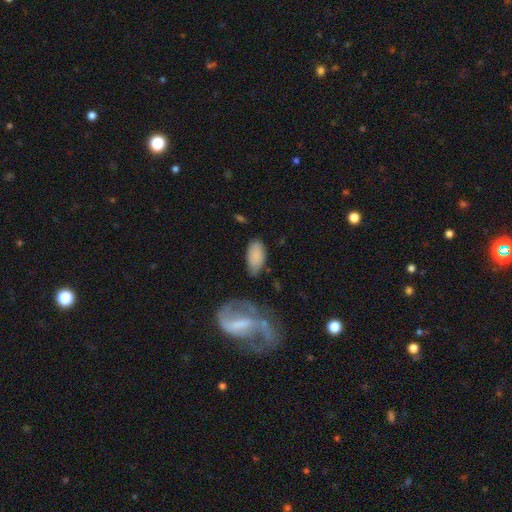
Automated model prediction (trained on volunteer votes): This is clearly a smooth galaxy (82%). How rounded: clearly in between (93%). Merging: likely none (68%).